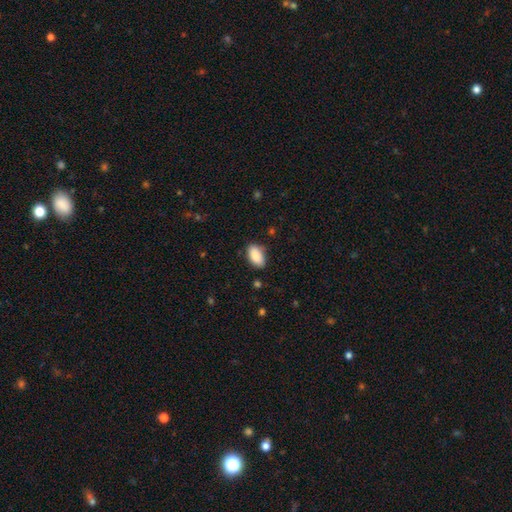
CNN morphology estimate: This appears to be a smooth galaxy with no disk features (89%) that is in between round and cigar-shaped (94%). Merging: none (83%).